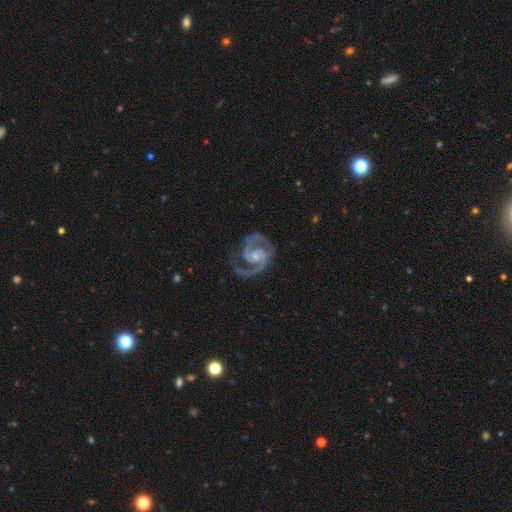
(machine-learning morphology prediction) This appears to be a featured or disk galaxy (94%) with no bar (52%), 2 (93%) medium (61%) spiral arms (99%) and a small central bulge (58%). Merging: none (76%).